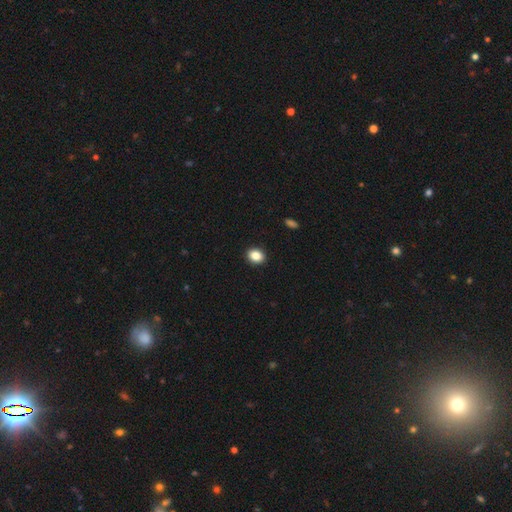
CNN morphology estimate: The model was most divided on "how rounded": round: 52%, in between: 47%, cigar-shaped: 1%. More confident: merging — none (92%); smooth or featured — smooth (86%).